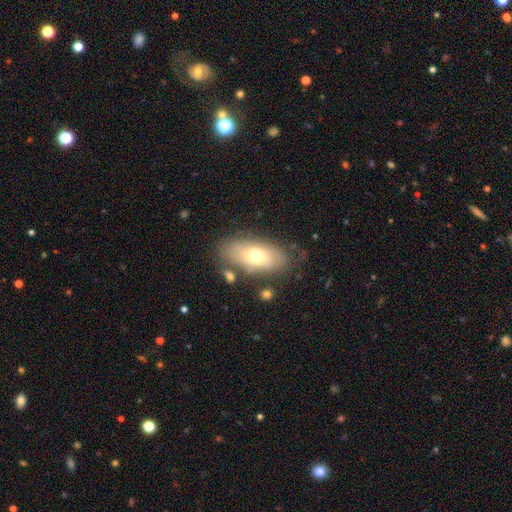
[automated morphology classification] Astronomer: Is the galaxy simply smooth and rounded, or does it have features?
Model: smooth — 63%.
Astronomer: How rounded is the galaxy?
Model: in between — 89%.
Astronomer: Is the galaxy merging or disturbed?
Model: none — 72%.